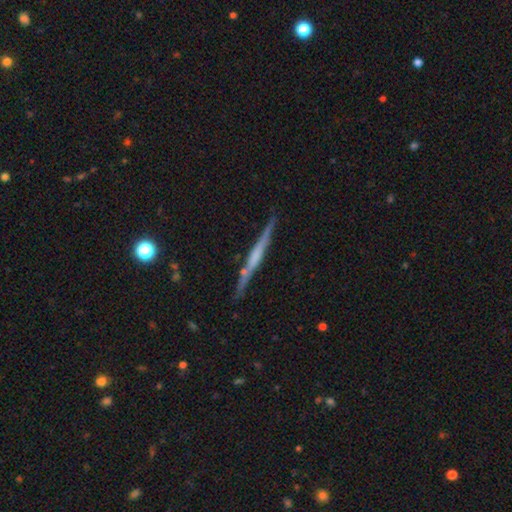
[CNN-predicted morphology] A featured or disk galaxy (61%) viewed edge-on (97%) with no central bulge (52%). Merging: none (81%).